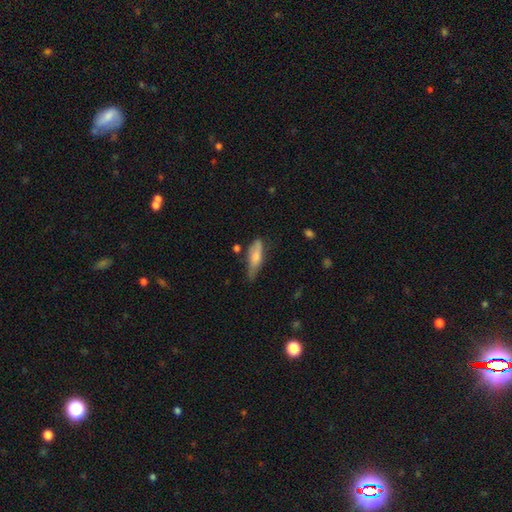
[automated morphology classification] The model was most divided on "how rounded": cigar-shaped: 54%, in between: 43%, round: 2%. More confident: smooth or featured — smooth (70%); merging — none (54%).